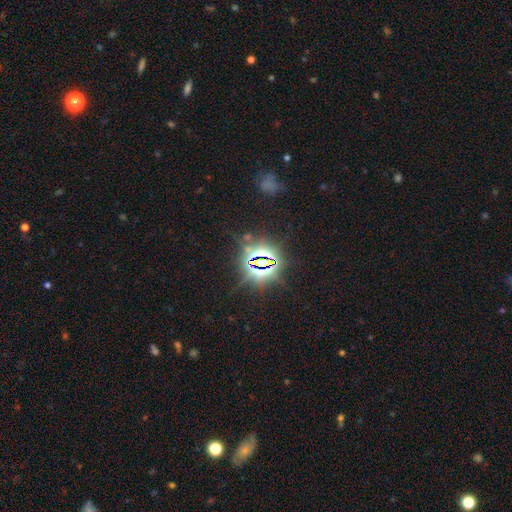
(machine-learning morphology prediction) Q: Smooth or featured?
A: star or artifact (83%); runner-up: smooth (10%)